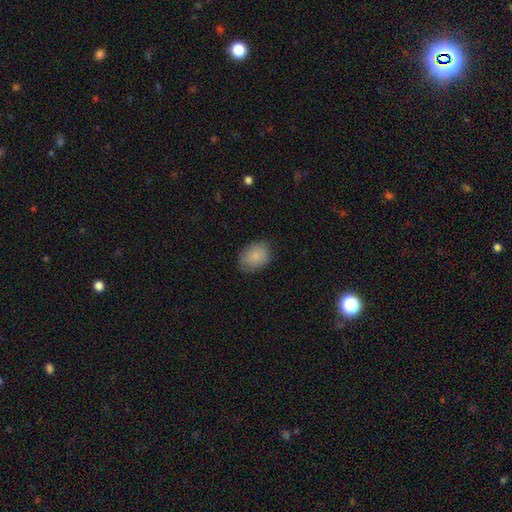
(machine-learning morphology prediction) Smooth or featured? Predicted: smooth (p=0.87). How rounded? Predicted: in between (p=0.72). Merging? Predicted: none (p=0.80).